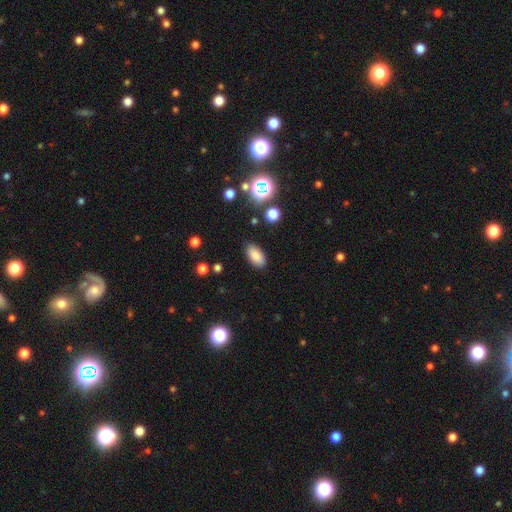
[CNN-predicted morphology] smooth-or-featured: smooth: 84% | star or artifact: 10% | featured or disk: 6%
  how-rounded: in between: 91% | cigar-shaped: 5% | round: 4%
  merging: none: 86% | minor disturbance: 10% | major disturbance: 3% | merger: 2%